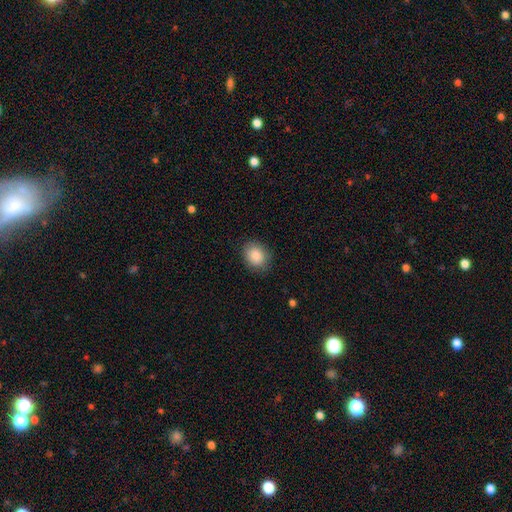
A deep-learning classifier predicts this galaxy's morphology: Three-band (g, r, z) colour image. It shows a smooth galaxy with no disk features (88%) that is round (50%). Merging: none (84%).